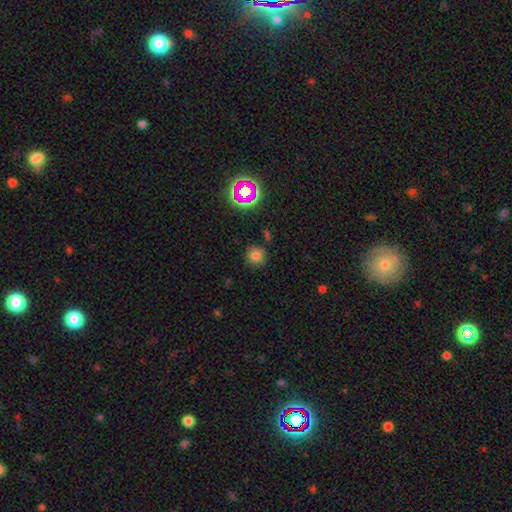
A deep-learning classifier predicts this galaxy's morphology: Overall: smooth (75%). How rounded: round (91%). Merging: none (82%).